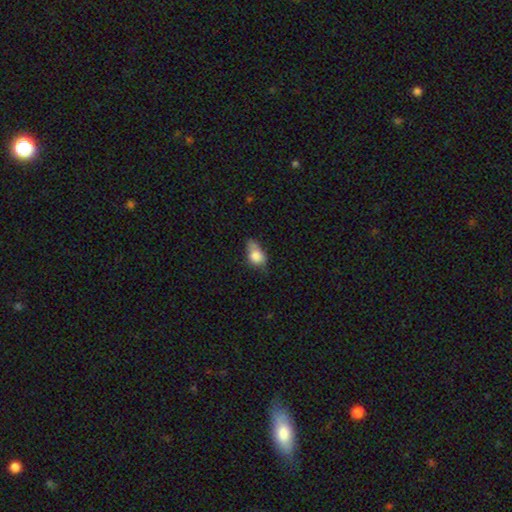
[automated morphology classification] Q: Smooth or featured?
A: smooth (78%); runner-up: featured or disk (13%)
Q: How rounded?
A: in between (75%); runner-up: round (21%)
Q: Merging?
A: minor disturbance (43%); runner-up: none (30%)